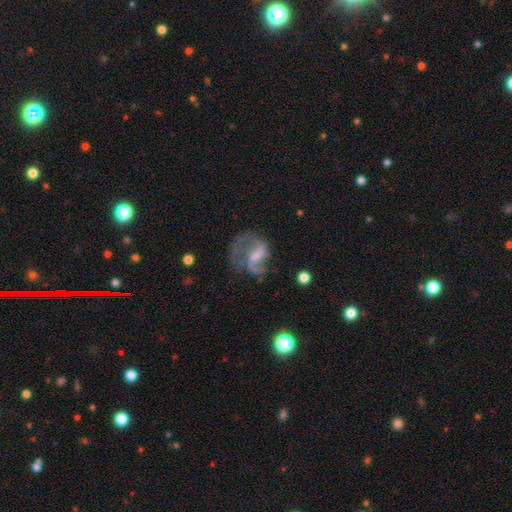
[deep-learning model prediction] This appears to be a featured or disk galaxy (74%) with a weak bar (49%), 2 (58%) medium (43%, tied with loose) spiral arms (82%) and a small central bulge (34%). Merging: none (45%).